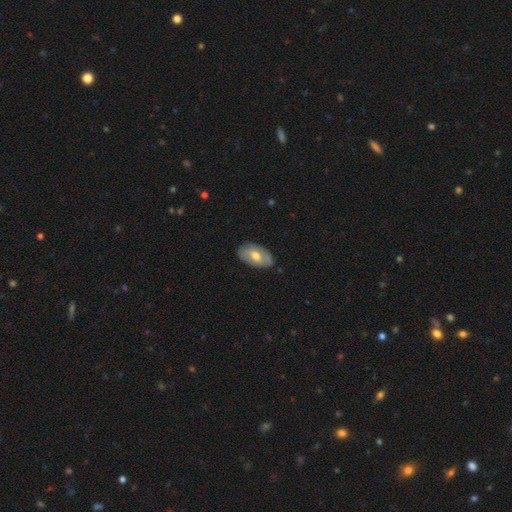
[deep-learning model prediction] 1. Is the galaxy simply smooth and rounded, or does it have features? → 48% featured or disk, 47% smooth, 6% star or artifact.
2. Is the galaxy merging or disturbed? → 80% none, 15% minor disturbance, 3% major disturbance, 1% merger.